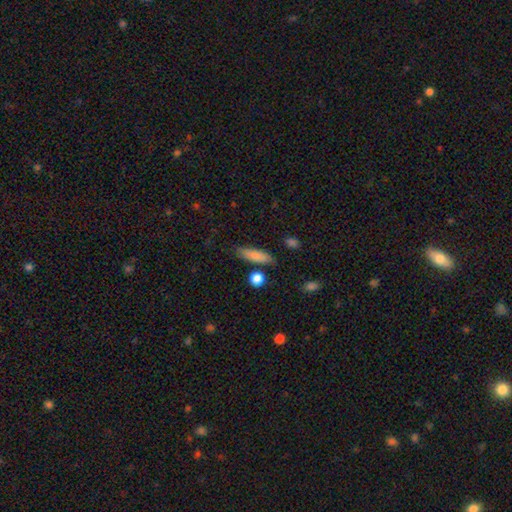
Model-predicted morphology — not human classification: Smooth or featured? smooth (81%)
How rounded? cigar-shaped (61%)
Merging? none (80%)